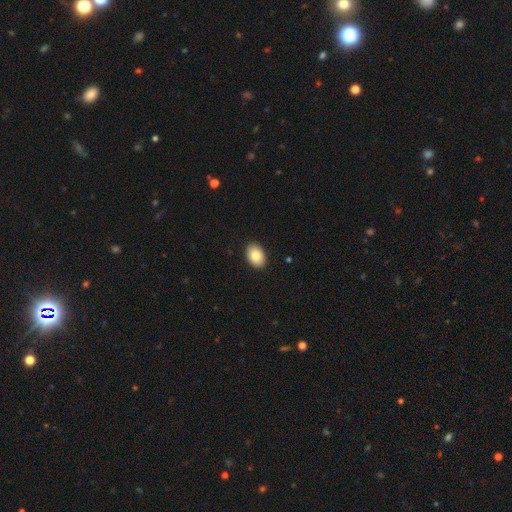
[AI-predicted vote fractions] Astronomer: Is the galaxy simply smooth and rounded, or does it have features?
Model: smooth — 86%.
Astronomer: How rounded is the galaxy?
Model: in between — 86%.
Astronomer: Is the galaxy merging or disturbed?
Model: none — 91%.